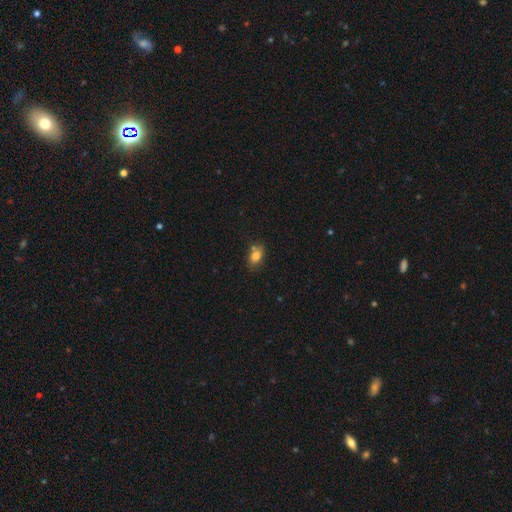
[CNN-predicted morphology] smooth 80%, star or artifact 10%, featured or disk 10%. Down the decision tree: how rounded — in between (75%); merging — none (65%).